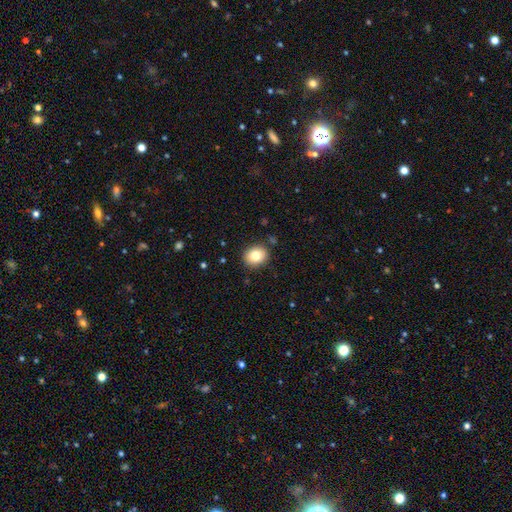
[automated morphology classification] smooth 81%, featured or disk 10%, star or artifact 10%. Down the decision tree: how rounded — round (68%); merging — none (88%).